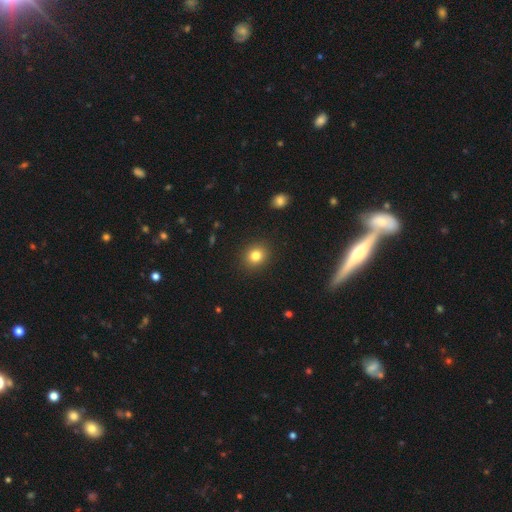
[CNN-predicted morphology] This is clearly a smooth galaxy (81%). How rounded: likely round (76%). Merging: clearly none (90%).